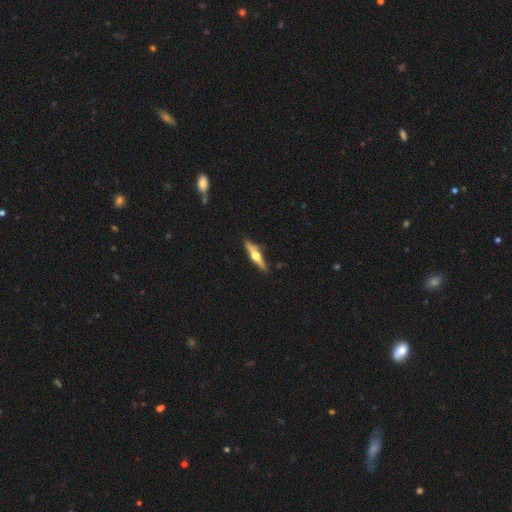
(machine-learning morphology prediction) featured or disk 68%, smooth 27%, star or artifact 5%. Down the decision tree: edge-on disk — yes (96%); edge-on bulge — rounded (95%); merging — none (87%).